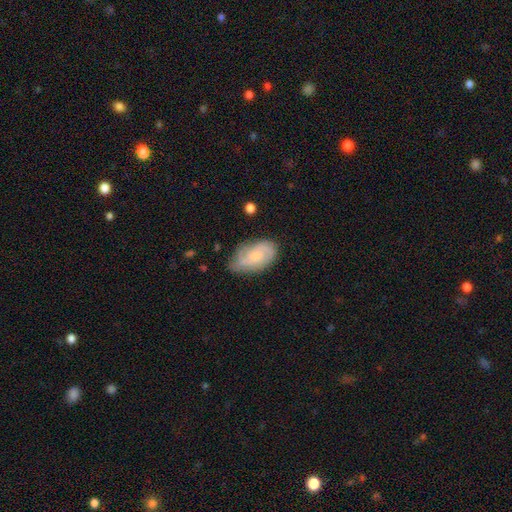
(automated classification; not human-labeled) Smooth or featured?
  - featured or disk: 62% *
  - smooth: 31%
  - star or artifact: 7%
Edge-on disk?
  - no: 96% *
  - yes: 4%
Bar?
  - no: 68% *
  - weak: 28%
  - strong: 4%
Spiral arms?
  - yes: 90% *
  - no: 10%
Spiral winding?
  - tight: 47% *
  - medium: 39%
  - loose: 14%
Spiral arm count?
  - 2: 40% *
  - can't tell: 29%
  - 3: 20%
  - 4: 4%
  - 1: 4%
  - more than 4: 3%
Bulge size?
  - small: 58% *
  - moderate: 31%
  - none: 8%
  - large: 2%
  - dominant: 1%
Merging?
  - none: 67% *
  - minor disturbance: 25%
  - major disturbance: 6%
  - merger: 2%